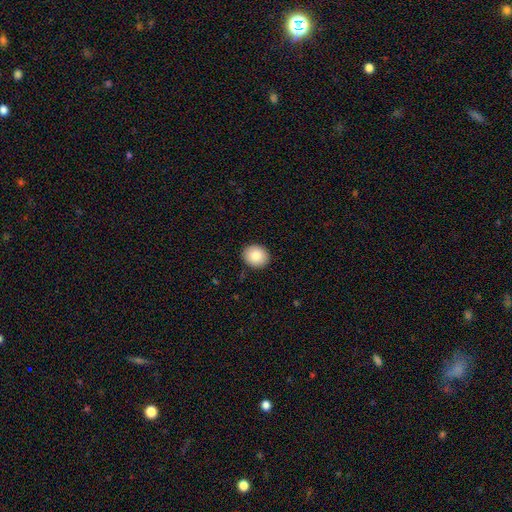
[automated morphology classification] smooth 85%, star or artifact 8%, featured or disk 7%. Down the decision tree: how rounded — round (72%); merging — none (91%).